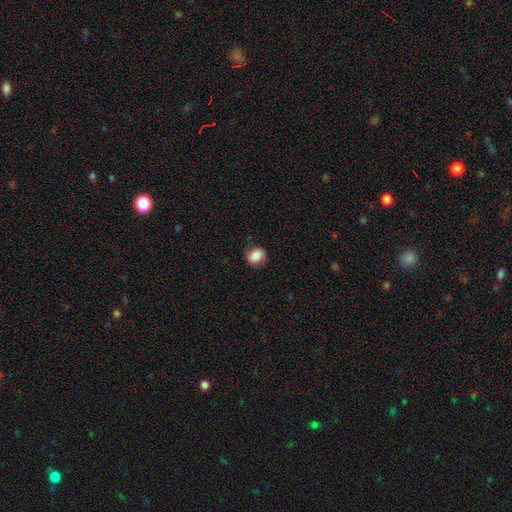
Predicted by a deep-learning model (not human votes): Smooth or featured? Predicted: smooth (p=0.80). How rounded? Predicted: round (p=0.63). Merging? Predicted: none (p=0.75).